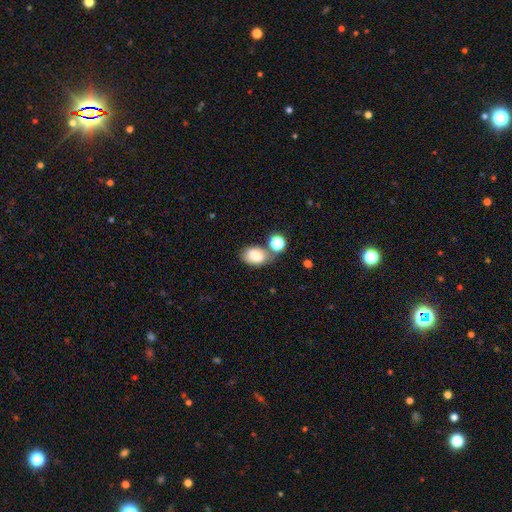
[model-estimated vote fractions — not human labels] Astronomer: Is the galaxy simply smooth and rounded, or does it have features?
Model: smooth — 78%.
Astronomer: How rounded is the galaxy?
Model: in between — 84%.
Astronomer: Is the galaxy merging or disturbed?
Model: none — 58%.